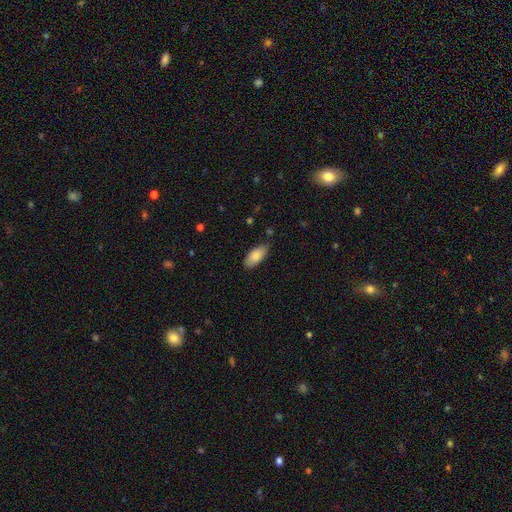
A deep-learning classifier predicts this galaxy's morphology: Smooth or featured? smooth (86%)
How rounded? in between (89%)
Merging? none (79%)